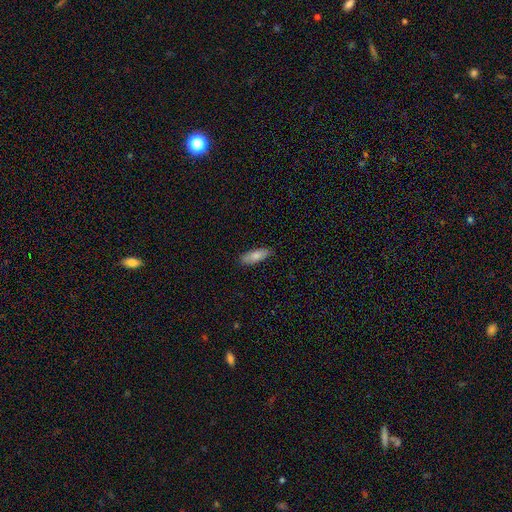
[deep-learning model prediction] This appears to be a smooth galaxy with no disk features (83%) that is in between round and cigar-shaped (65%). Merging: none (84%).